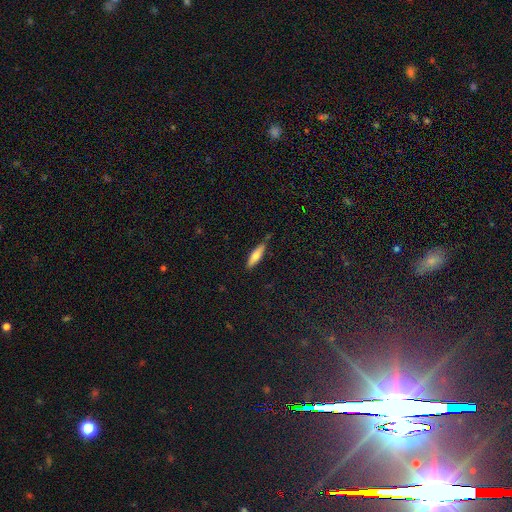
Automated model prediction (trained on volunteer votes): A smooth galaxy with no disk features (70%) that is cigar-shaped (67%).

Vote fractions:
- Smooth or featured? smooth: 70% / featured or disk: 23% / star or artifact: 7%
- How rounded? cigar-shaped: 67% / in between: 32% / round: 2%
- Merging? none: 79% / minor disturbance: 16% / major disturbance: 3% / merger: 2%